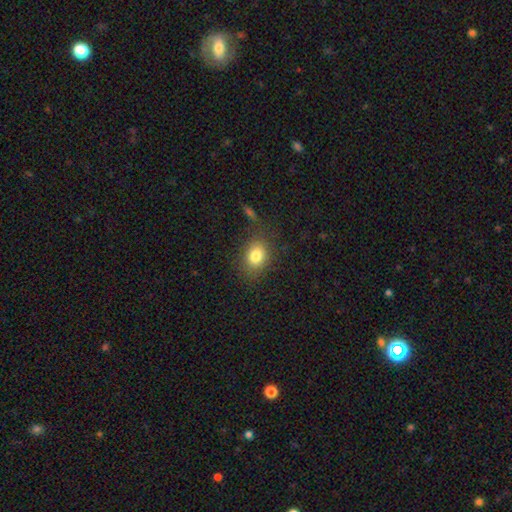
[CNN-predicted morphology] A smooth galaxy with no disk features (82%) that is in between round and cigar-shaped (59%). Merging: none (79%).